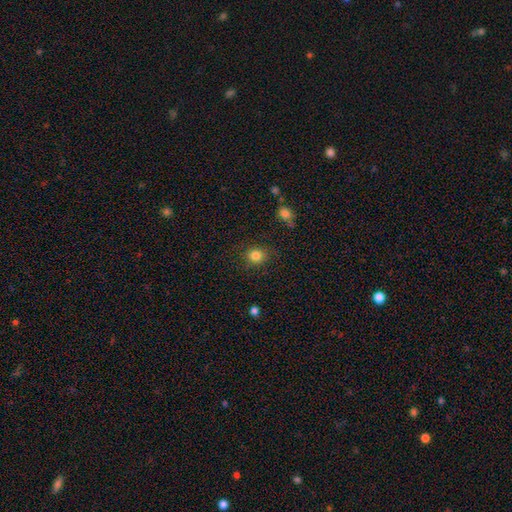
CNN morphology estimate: This is clearly a smooth galaxy (83%). How rounded: likely round (73%). Merging: clearly none (84%).